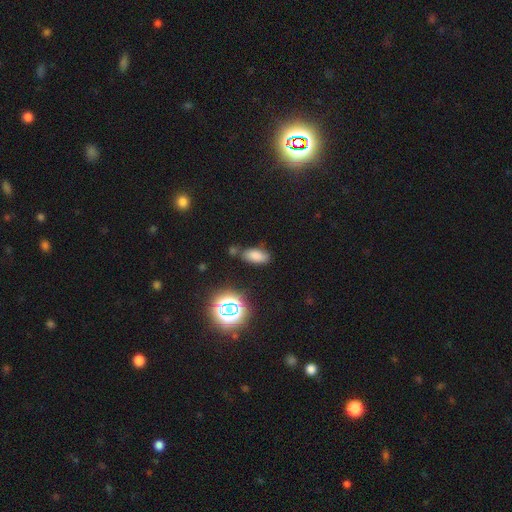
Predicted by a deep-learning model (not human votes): Morphology: type=smooth (72%); roundness=in between (88%); merging=none (72%).